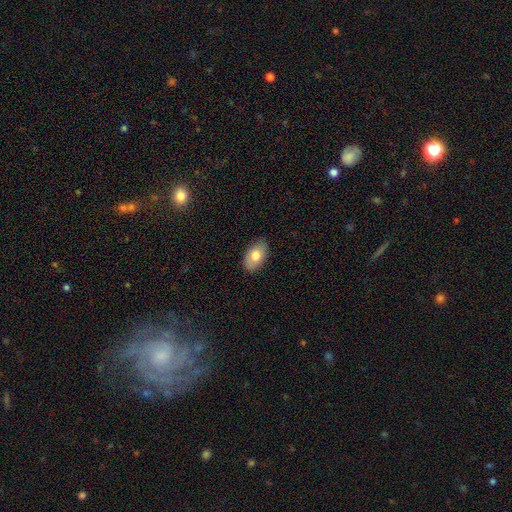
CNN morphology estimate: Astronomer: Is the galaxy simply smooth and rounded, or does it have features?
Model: smooth — 78%.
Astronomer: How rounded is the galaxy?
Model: in between — 93%.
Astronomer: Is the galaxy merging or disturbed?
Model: none — 86%.